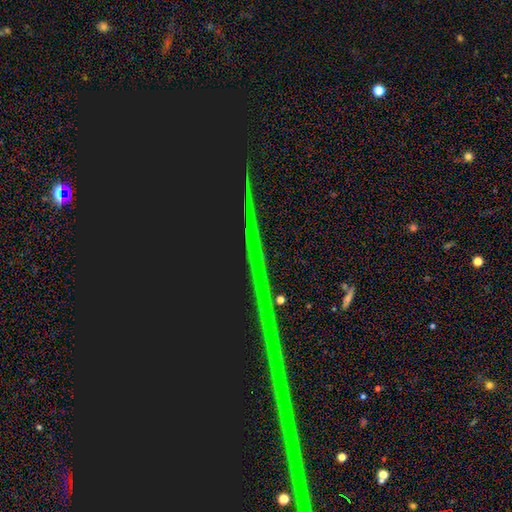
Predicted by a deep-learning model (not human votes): Morphology: type=star or artifact (88%).